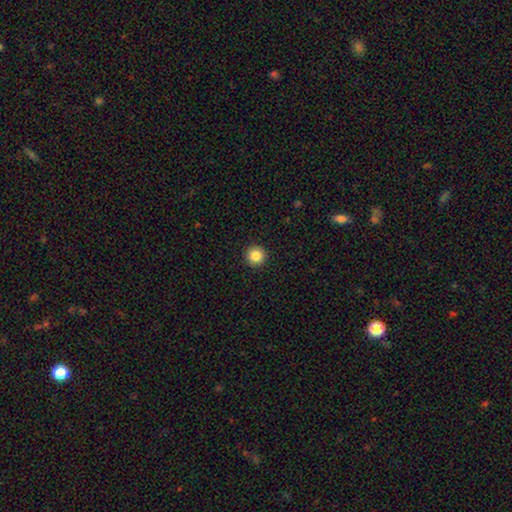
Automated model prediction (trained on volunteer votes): smooth-or-featured: smooth: 85% | star or artifact: 10% | featured or disk: 5%
  how-rounded: round: 96% | in between: 3% | cigar-shaped: 1%
  merging: none: 94% | minor disturbance: 4% | major disturbance: 1% | merger: 1%